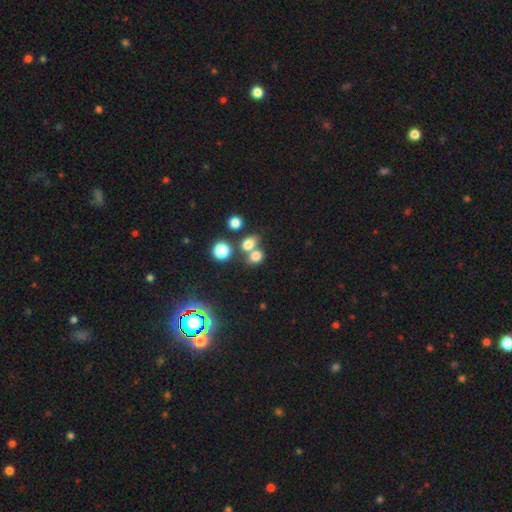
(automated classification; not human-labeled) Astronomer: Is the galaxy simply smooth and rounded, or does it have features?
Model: smooth — 74%.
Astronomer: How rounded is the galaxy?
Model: round — 52% (runner-up: in between, 46%).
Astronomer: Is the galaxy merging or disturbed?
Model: none — 45% (runner-up: merger, 41%).